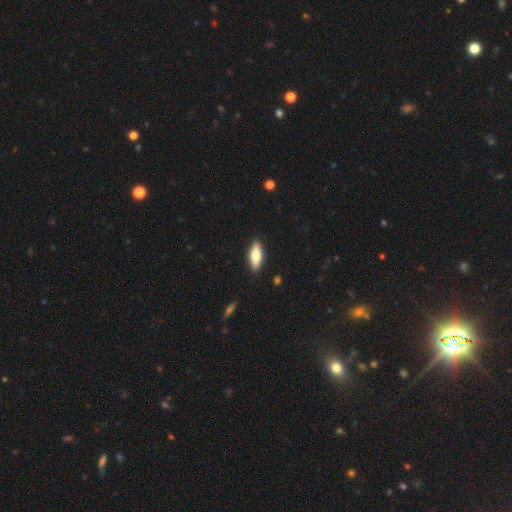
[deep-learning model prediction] smooth-or-featured: smooth: 66% | featured or disk: 28% | star or artifact: 6%
  how-rounded: in between: 62% | cigar-shaped: 36% | round: 2%
  merging: none: 89% | minor disturbance: 8% | major disturbance: 2% | merger: 1%